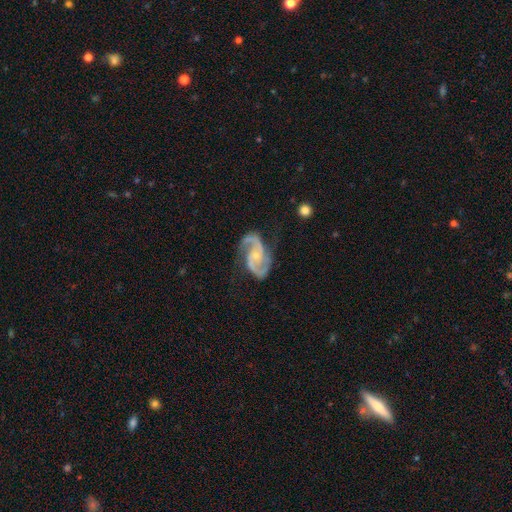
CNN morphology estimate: Smooth or featured? Predicted: featured or disk (p=0.92). Edge-on disk? Predicted: no (p=0.98). Bar? Predicted: no (p=0.59). Spiral arms? Predicted: yes (p=0.98). Spiral winding? Predicted: medium (p=0.59). Spiral arm count? Predicted: 2 (p=0.92). Bulge size? Predicted: small (p=0.66). Merging? Predicted: none (p=0.72).